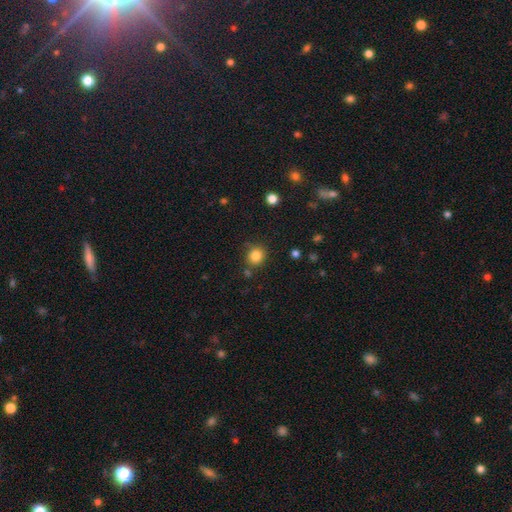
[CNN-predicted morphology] smooth 84%, star or artifact 11%, featured or disk 5%. Down the decision tree: how rounded — round (86%); merging — none (80%).